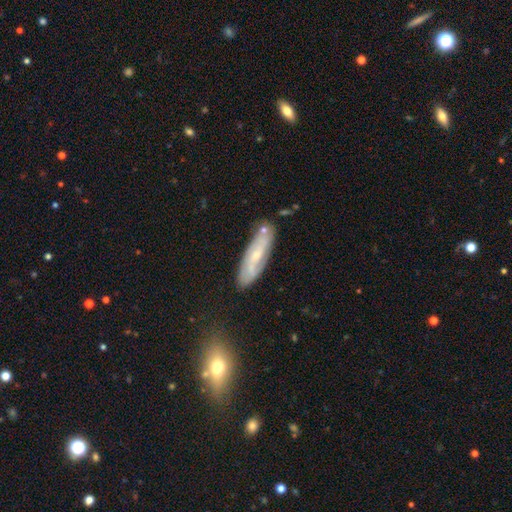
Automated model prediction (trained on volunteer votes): Smooth or featured? featured or disk (58%)
Edge-on disk? no (71%)
Merging? none (76%)